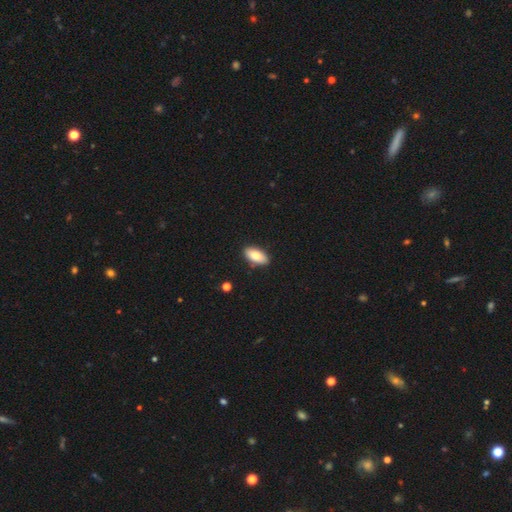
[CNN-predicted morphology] Smooth or featured?
  - smooth: 82% *
  - featured or disk: 12%
  - star or artifact: 7%
How rounded?
  - in between: 92% *
  - cigar-shaped: 6%
  - round: 3%
Merging?
  - none: 88% *
  - minor disturbance: 9%
  - major disturbance: 2%
  - merger: 1%